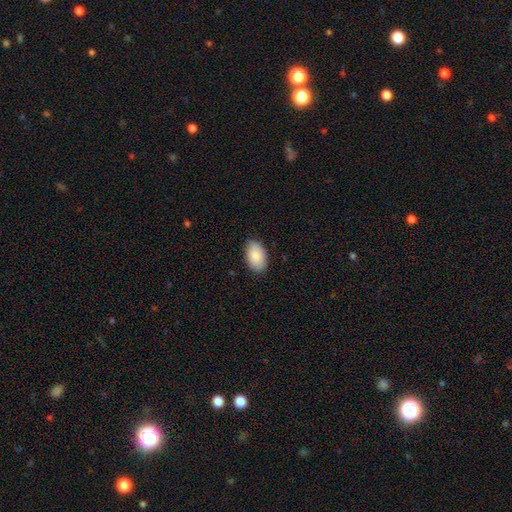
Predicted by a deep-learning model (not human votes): A smooth galaxy with no disk features (87%) that is in between round and cigar-shaped (94%). Merging: none (87%).